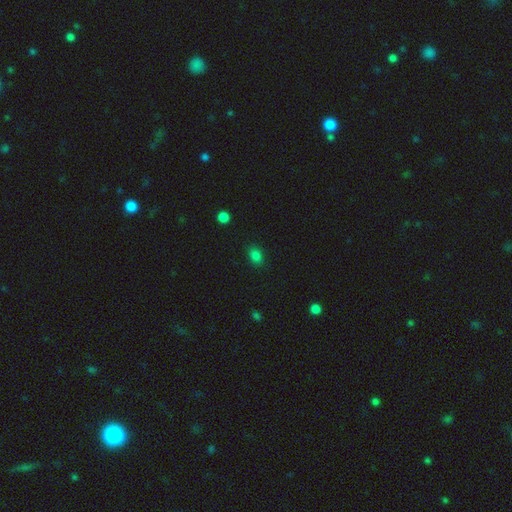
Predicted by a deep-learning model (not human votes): The model was most divided on "how rounded": in between: 70%, round: 28%, cigar-shaped: 1%. More confident: merging — none (86%); smooth or featured — smooth (82%).